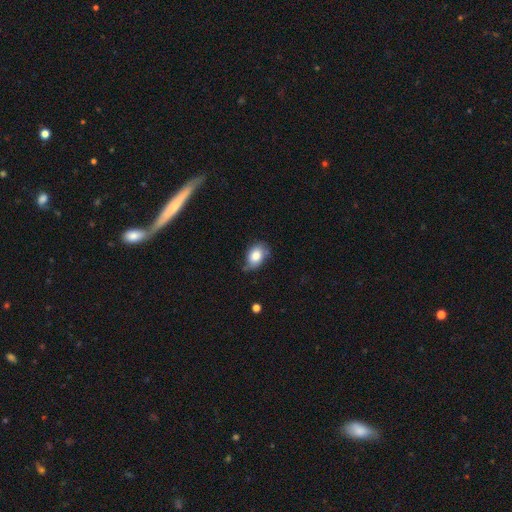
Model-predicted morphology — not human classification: Smooth or featured? Predicted: smooth (p=0.80). How rounded? Predicted: in between (p=0.82). Merging? Predicted: none (p=0.52).